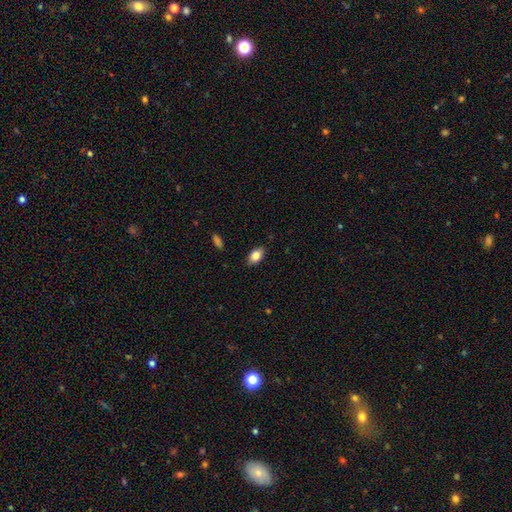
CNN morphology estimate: Q: Smooth or featured?
A: smooth (82%); runner-up: featured or disk (10%)
Q: How rounded?
A: in between (90%); runner-up: round (7%)
Q: Merging?
A: none (87%); runner-up: minor disturbance (10%)